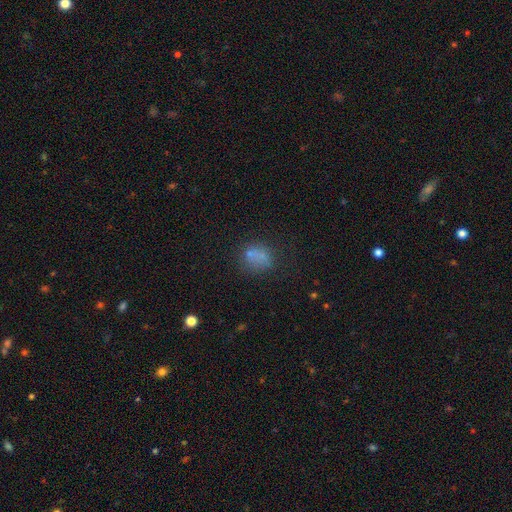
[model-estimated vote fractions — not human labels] smooth 66%, star or artifact 21%, featured or disk 13%. Down the decision tree: how rounded — round (58%); merging — none (61%).